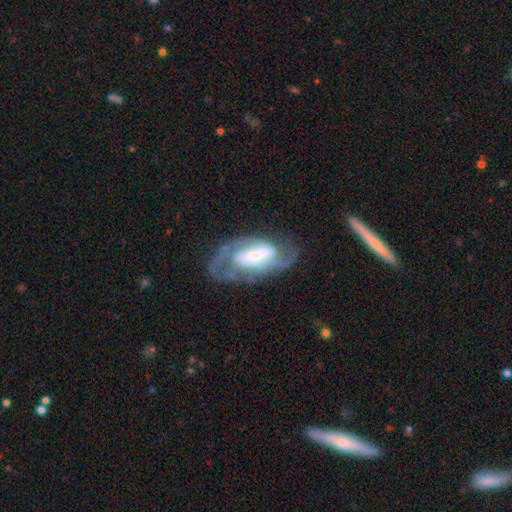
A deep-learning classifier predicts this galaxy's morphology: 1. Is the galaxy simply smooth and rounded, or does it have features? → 84% featured or disk, 10% smooth, 6% star or artifact.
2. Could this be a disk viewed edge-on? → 96% no, 4% yes.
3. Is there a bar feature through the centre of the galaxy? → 37% strong, 36% weak, 27% no.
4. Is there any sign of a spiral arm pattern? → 93% yes, 7% no.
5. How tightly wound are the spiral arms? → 45% medium, 40% tight, 15% loose.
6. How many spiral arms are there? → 66% 2, 15% can't tell, 10% 3, 5% 1, 3% 4, 2% more than 4.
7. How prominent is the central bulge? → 44% small, 31% moderate, 16% large, 7% none, 3% dominant.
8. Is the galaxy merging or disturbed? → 62% none, 19% minor disturbance, 16% major disturbance, 4% merger.